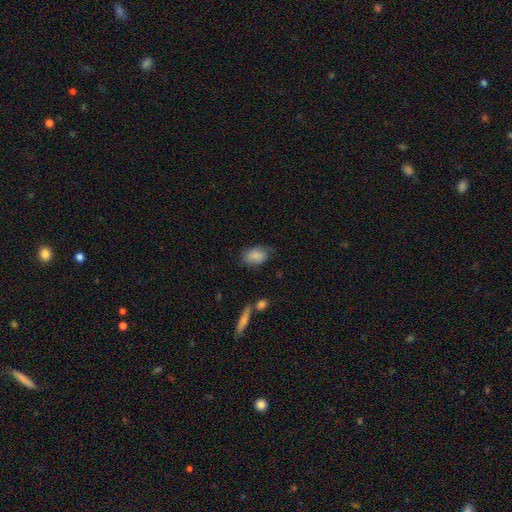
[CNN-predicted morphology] Smooth or featured: smooth — 81% (featured or disk — 11%)
How rounded: in between — 86% (round — 13%)
Merging: none — 66% (minor disturbance — 24%)